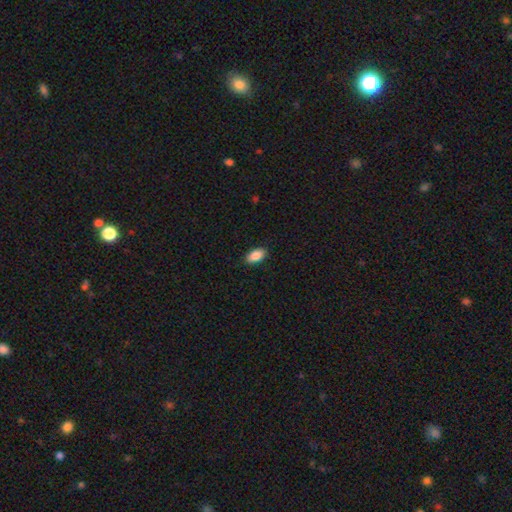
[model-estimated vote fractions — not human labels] Smooth or featured? smooth (88%)
How rounded? in between (93%)
Merging? none (89%)